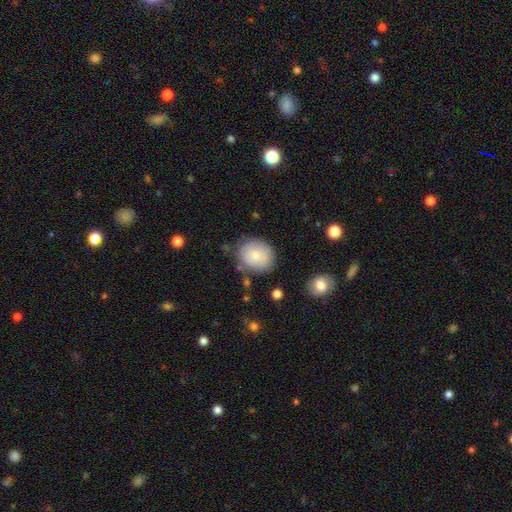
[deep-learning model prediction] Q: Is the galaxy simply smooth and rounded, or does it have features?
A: smooth — 76%.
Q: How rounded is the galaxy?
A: round — 68%.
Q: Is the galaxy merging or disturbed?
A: none — 74%.